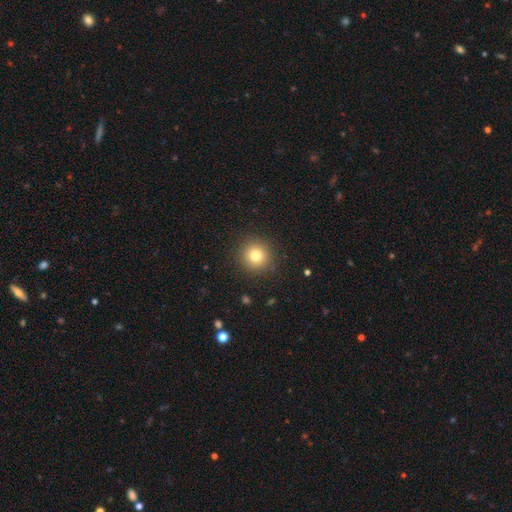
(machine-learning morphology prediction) Overall: smooth (80%). How rounded: round (94%). Merging: none (90%).